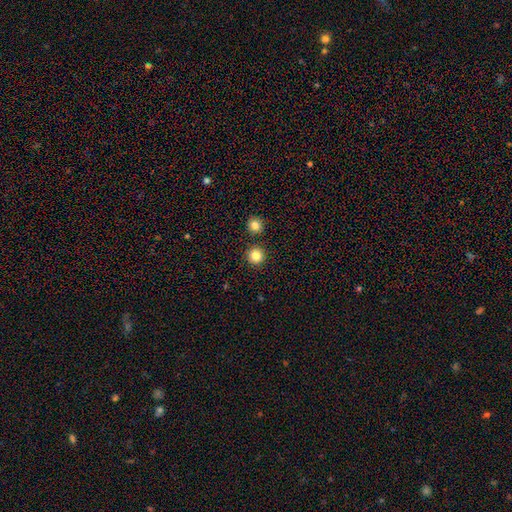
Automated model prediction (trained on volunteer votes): The model was most divided on "smooth or featured": smooth: 83%, star or artifact: 12%, featured or disk: 5%. More confident: how rounded — round (95%); merging — none (89%).